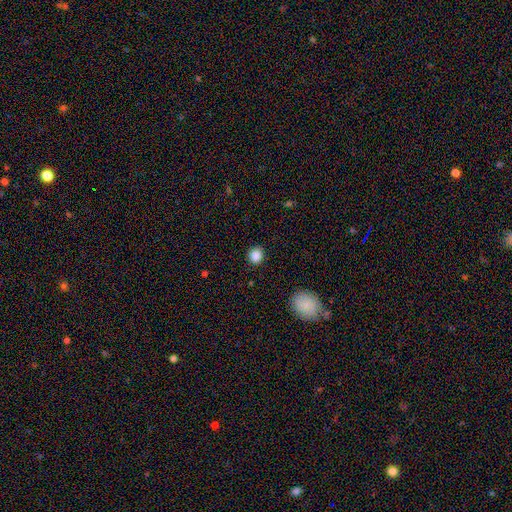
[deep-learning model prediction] smooth 86%, star or artifact 10%, featured or disk 3%. Down the decision tree: how rounded — round (84%); merging — none (90%).